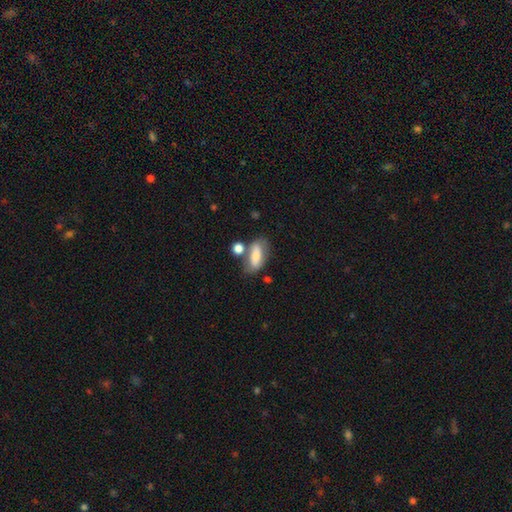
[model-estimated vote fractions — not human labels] A smooth galaxy with no disk features (67%) that is in between round and cigar-shaped (79%). Merging: none (55%).